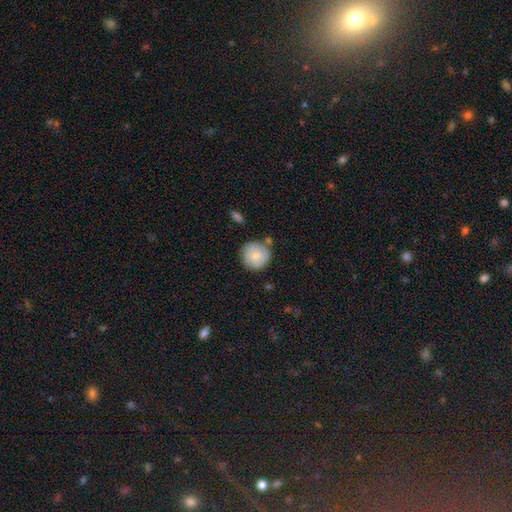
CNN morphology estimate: Smooth or featured: smooth — 76% (featured or disk — 17%)
How rounded: round — 94% (in between — 5%)
Merging: none — 76% (minor disturbance — 15%)